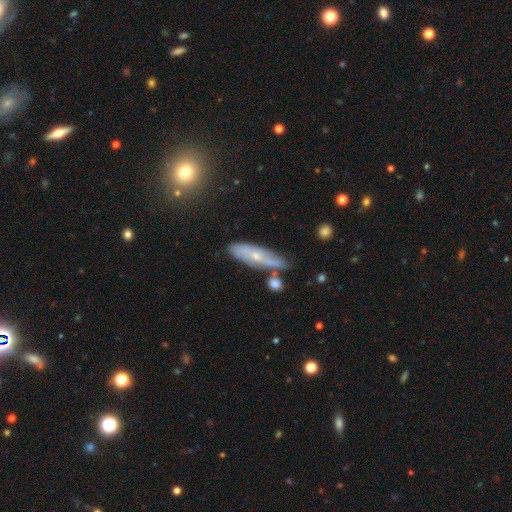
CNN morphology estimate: This is possibly a featured or disk galaxy (58%). It is likely not viewed edge-on (60%). Merging: likely none (62%).